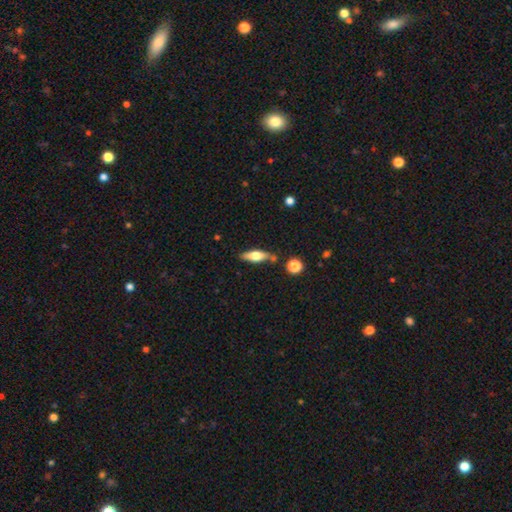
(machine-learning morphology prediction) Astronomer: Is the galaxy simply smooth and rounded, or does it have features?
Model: smooth — 52% (runner-up: featured or disk, 41%).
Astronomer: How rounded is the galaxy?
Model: in between — 52% (runner-up: cigar-shaped, 45%).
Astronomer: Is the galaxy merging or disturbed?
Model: none — 77%.